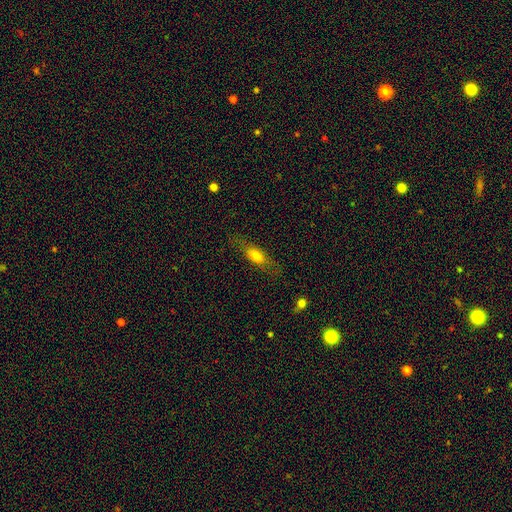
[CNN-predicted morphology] smooth_or_featured: smooth (p=0.65) [alt: featured or disk p=0.27]
how_rounded: in between (p=0.60) [alt: cigar-shaped p=0.35]
merging: none (p=0.73) [alt: minor disturbance p=0.18]